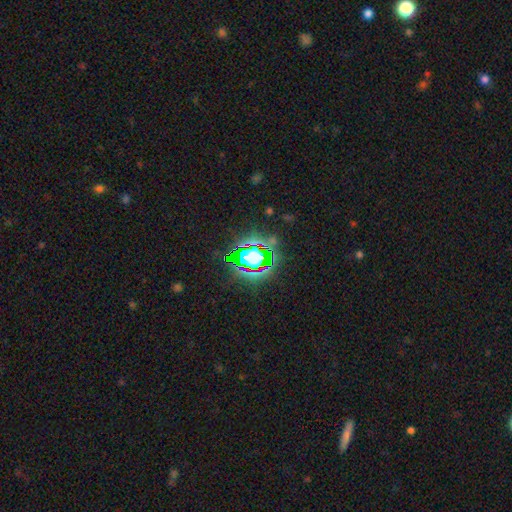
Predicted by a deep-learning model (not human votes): The model was most divided on "smooth or featured": star or artifact: 72%, smooth: 16%, featured or disk: 12%.